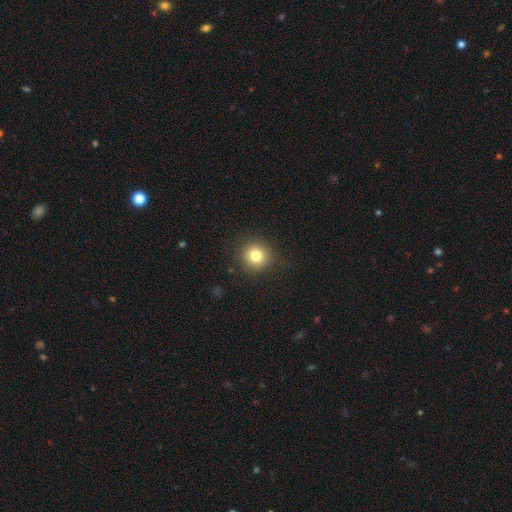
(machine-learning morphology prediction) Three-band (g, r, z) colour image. It shows a smooth galaxy with no disk features (81%) that is round (93%). Merging: none (88%).